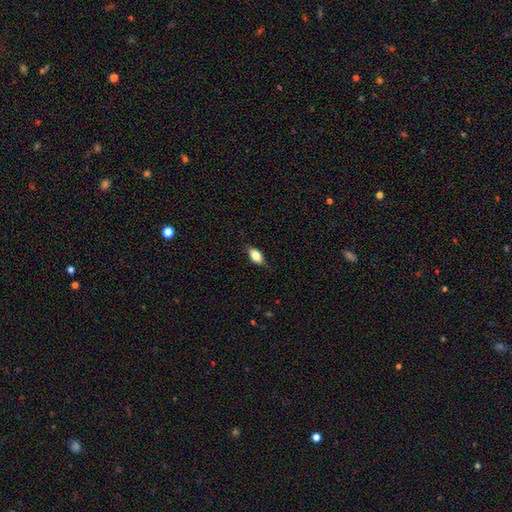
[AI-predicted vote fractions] smooth 79%, featured or disk 13%, star or artifact 7%. Down the decision tree: how rounded — in between (88%); merging — none (81%).